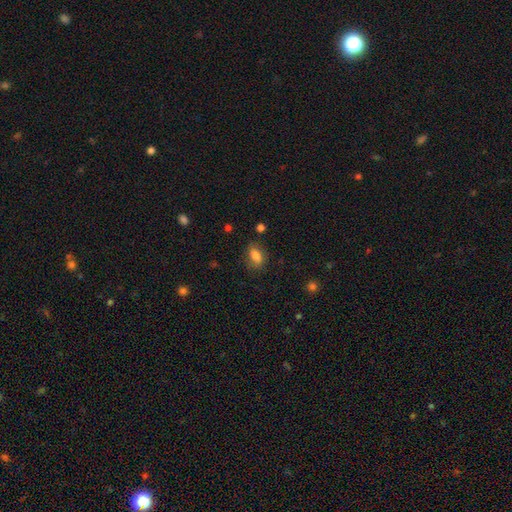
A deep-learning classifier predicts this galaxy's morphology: smooth_or_featured: smooth (p=0.81) [alt: featured or disk p=0.10]
how_rounded: in between (p=0.84) [alt: round p=0.13]
merging: none (p=0.72) [alt: minor disturbance p=0.19]